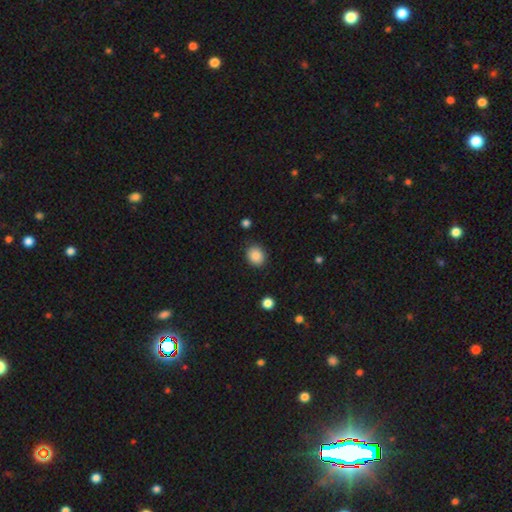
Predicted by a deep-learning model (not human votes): A smooth galaxy with no disk features (88%) that is round (53%).

Vote fractions:
- Smooth or featured? smooth: 88% / star or artifact: 9% / featured or disk: 4%
- How rounded? round: 53% / in between: 46% / cigar-shaped: 1%
- Merging? none: 84% / minor disturbance: 12% / major disturbance: 3% / merger: 2%